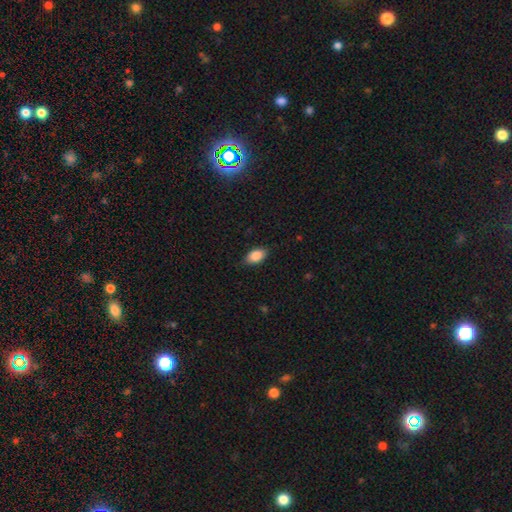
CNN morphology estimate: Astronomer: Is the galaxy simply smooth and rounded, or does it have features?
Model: smooth — 86%.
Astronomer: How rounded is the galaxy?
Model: in between — 92%.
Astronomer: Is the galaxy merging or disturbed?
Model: none — 82%.